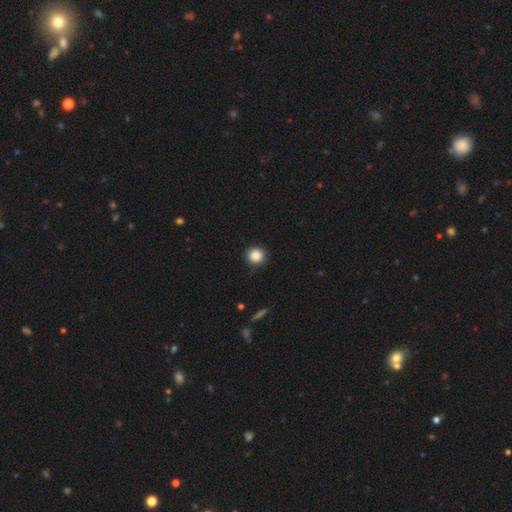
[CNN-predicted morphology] smooth 86%, star or artifact 10%, featured or disk 4%. Down the decision tree: how rounded — round (94%); merging — none (92%).